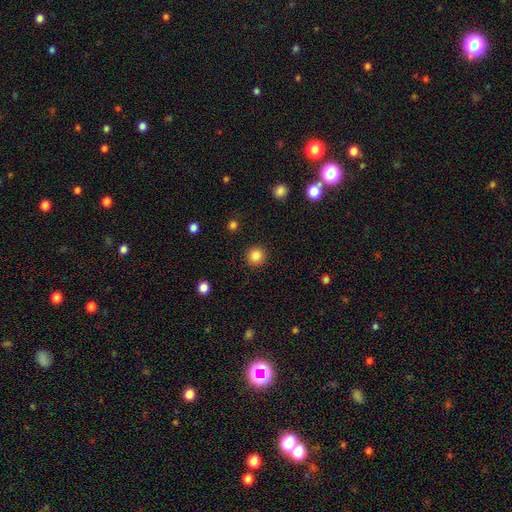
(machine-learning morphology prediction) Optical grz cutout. It shows a smooth galaxy with no disk features (85%) that is round (95%). Merging: none (92%).